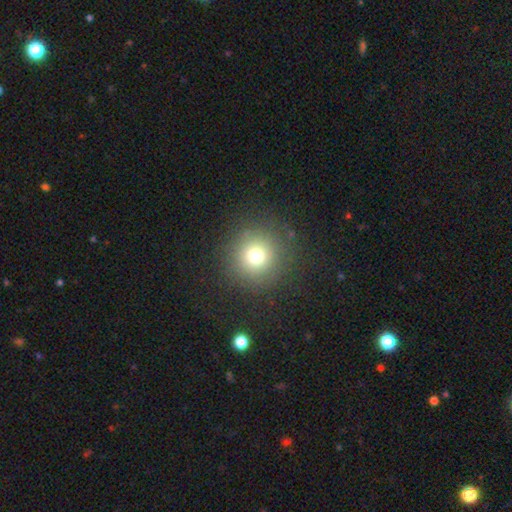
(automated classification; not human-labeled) Smooth or featured?
  - smooth: 73% *
  - star or artifact: 17%
  - featured or disk: 10%
How rounded?
  - round: 94% *
  - in between: 5%
  - cigar-shaped: 1%
Merging?
  - none: 87% *
  - minor disturbance: 7%
  - major disturbance: 4%
  - merger: 1%